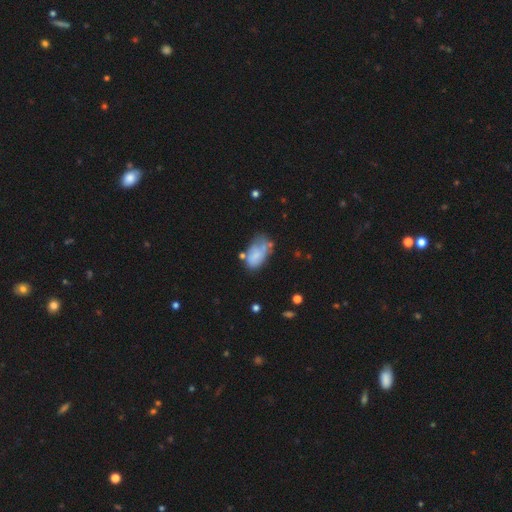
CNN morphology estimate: A smooth galaxy with no disk features (64%) that is in between round and cigar-shaped (92%). Merging: none (36%).